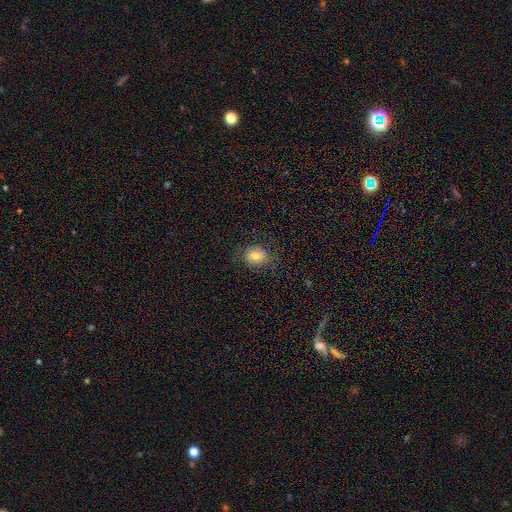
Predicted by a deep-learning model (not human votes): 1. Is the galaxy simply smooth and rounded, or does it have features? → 76% smooth, 13% featured or disk, 11% star or artifact.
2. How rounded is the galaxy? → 52% in between, 47% round, 1% cigar-shaped.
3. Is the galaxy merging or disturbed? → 77% none, 16% minor disturbance, 6% major disturbance, 1% merger.